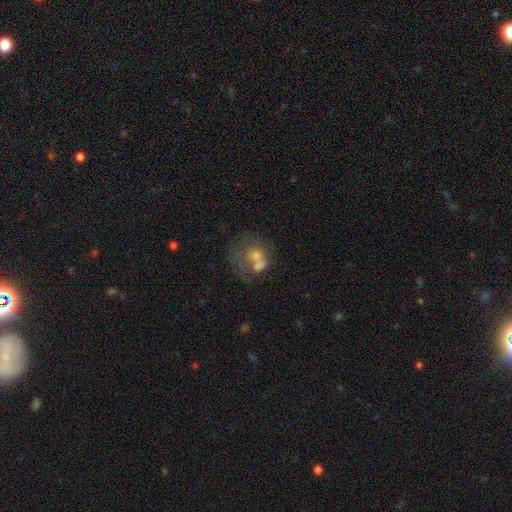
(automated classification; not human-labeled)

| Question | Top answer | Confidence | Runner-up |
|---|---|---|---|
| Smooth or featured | smooth | 47% | featured or disk (39%) |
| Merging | merger | 40% | none (29%) |